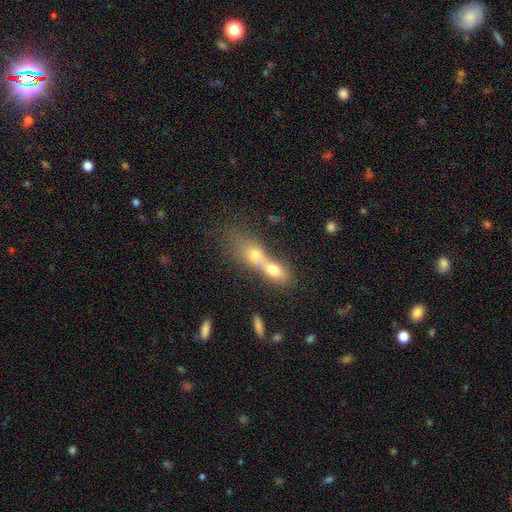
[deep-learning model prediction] The model was most divided on "how rounded": in between: 52%, round: 33%, cigar-shaped: 15%. More confident: merging — merger (66%); smooth or featured — smooth (58%).